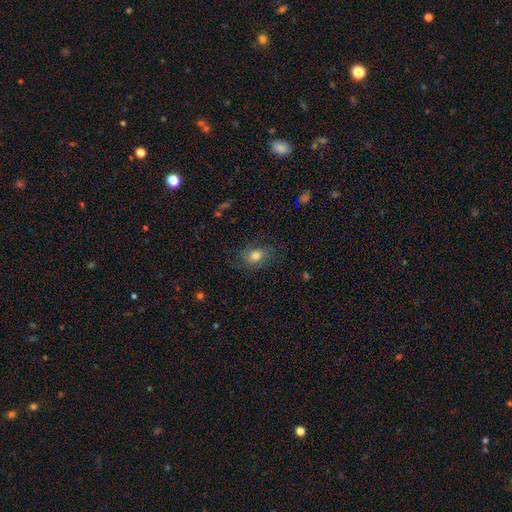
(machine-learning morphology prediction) smooth 59%, featured or disk 28%, star or artifact 13%. Down the decision tree: how rounded — in between (56%); merging — none (72%).